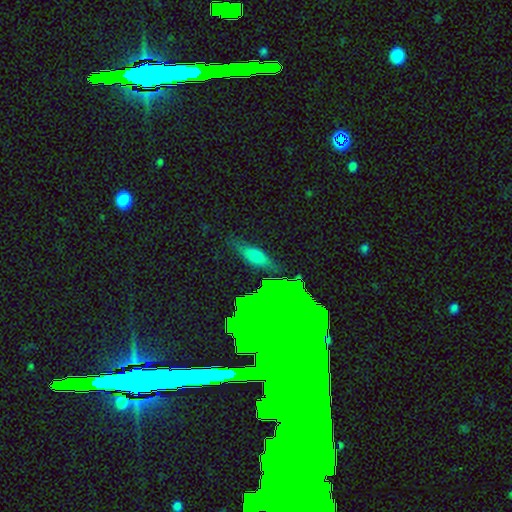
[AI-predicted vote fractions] This is marginally a smooth galaxy (42%). Merging: likely none (73%).